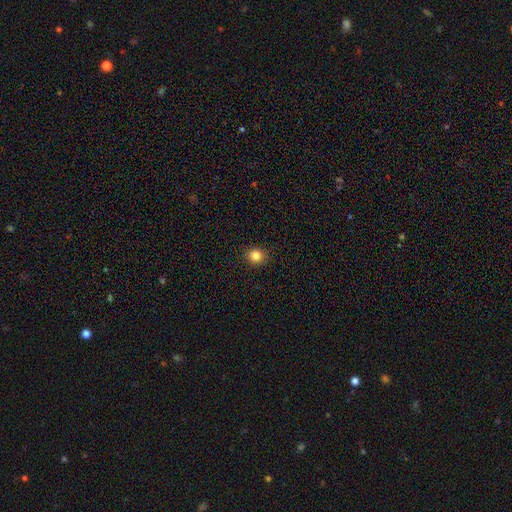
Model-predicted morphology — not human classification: A smooth galaxy with no disk features (84%) that is round (86%).

Vote fractions:
- Smooth or featured? smooth: 84% / star or artifact: 11% / featured or disk: 5%
- How rounded? round: 86% / in between: 13% / cigar-shaped: 1%
- Merging? none: 91% / minor disturbance: 6% / major disturbance: 2% / merger: 1%